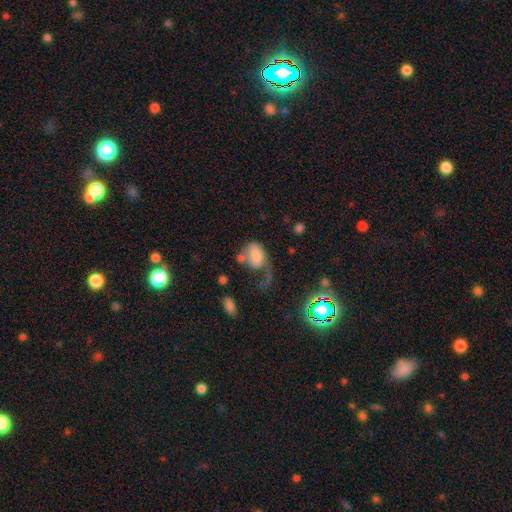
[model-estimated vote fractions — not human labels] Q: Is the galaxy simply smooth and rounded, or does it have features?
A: smooth — 58%.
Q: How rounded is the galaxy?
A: in between — 77%.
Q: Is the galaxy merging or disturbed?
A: major disturbance — 48%.